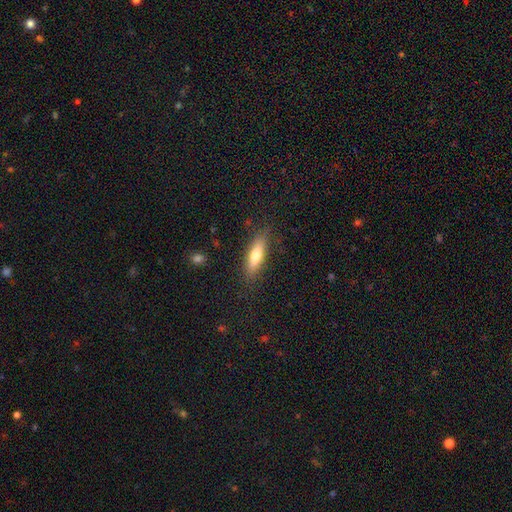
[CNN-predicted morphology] Smooth or featured? Predicted: smooth (p=0.65). How rounded? Predicted: cigar-shaped (p=0.57). Merging? Predicted: none (p=0.84).